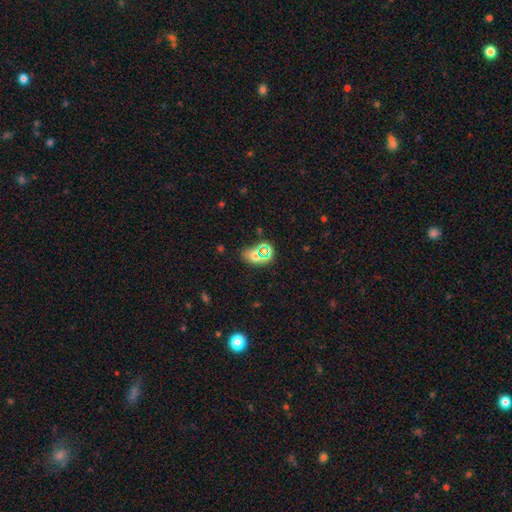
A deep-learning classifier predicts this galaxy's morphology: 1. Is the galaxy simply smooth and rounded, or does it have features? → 55% smooth, 32% star or artifact, 13% featured or disk.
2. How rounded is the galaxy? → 64% in between, 34% round, 2% cigar-shaped.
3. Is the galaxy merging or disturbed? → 72% none, 13% minor disturbance, 9% merger, 6% major disturbance.